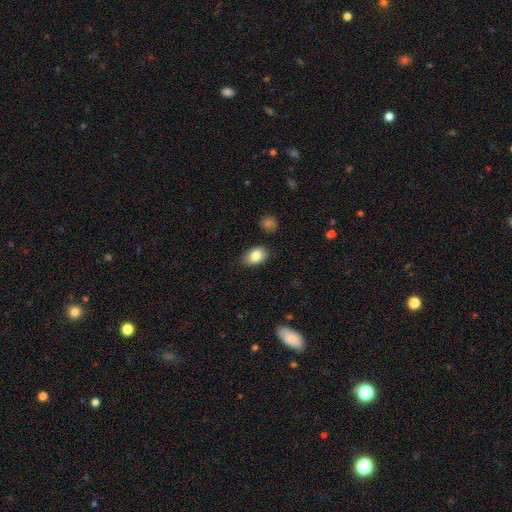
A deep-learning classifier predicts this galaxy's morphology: smooth_or_featured: smooth (p=0.83) [alt: featured or disk p=0.10]
how_rounded: in between (p=0.88) [alt: round p=0.10]
merging: none (p=0.78) [alt: minor disturbance p=0.18]